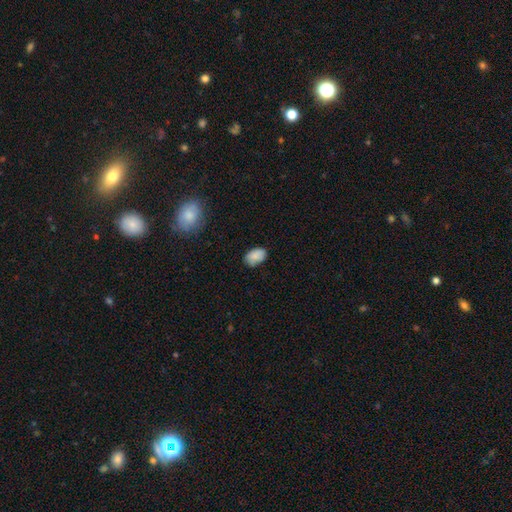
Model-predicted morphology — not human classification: A smooth galaxy with no disk features (85%) that is in between round and cigar-shaped (90%).

Vote fractions:
- Smooth or featured? smooth: 85% / star or artifact: 8% / featured or disk: 7%
- How rounded? in between: 90% / round: 9% / cigar-shaped: 1%
- Merging? none: 68% / minor disturbance: 25% / major disturbance: 4% / merger: 2%